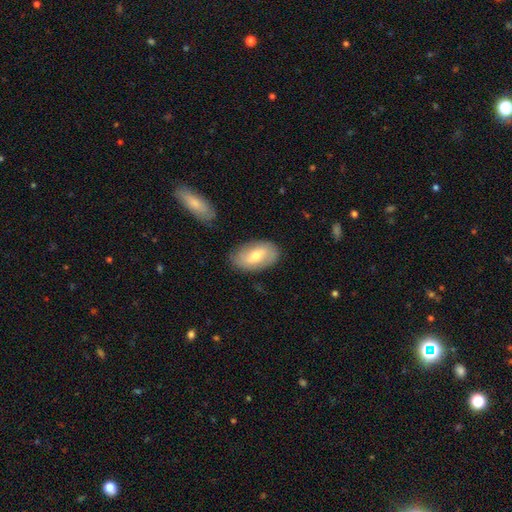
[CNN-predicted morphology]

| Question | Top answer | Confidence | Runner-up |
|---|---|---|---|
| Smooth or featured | smooth | 56% | featured or disk (38%) |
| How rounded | in between | 92% | round (5%) |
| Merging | none | 81% | minor disturbance (13%) |